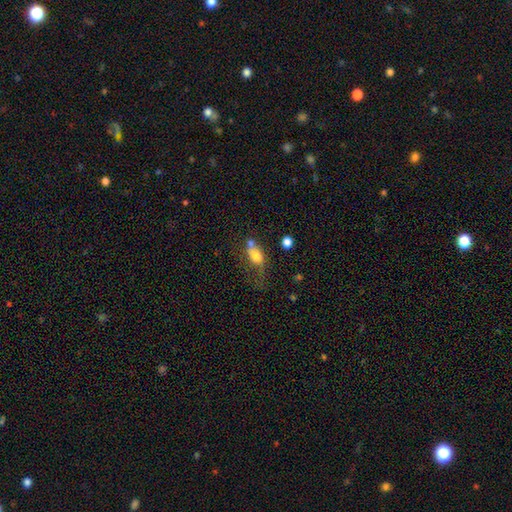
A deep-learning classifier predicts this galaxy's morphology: type=smooth (67%); roundness=in between (75%); merging=none (27%, tied with merger).